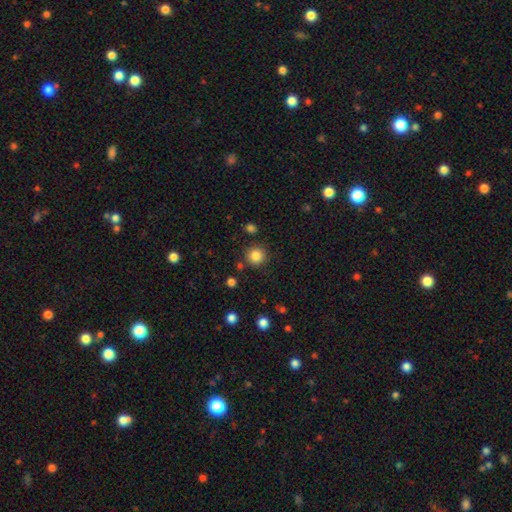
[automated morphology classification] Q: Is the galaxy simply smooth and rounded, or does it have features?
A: smooth — 84%.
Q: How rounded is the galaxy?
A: round — 94%.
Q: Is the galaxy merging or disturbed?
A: none — 88%.